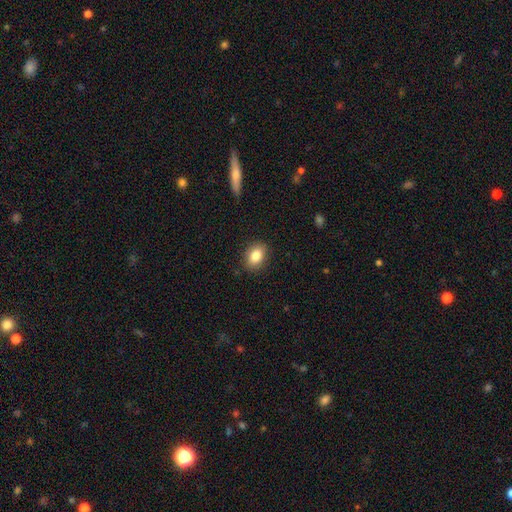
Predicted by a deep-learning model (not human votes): smooth_or_featured: smooth (p=0.84) [alt: star or artifact p=0.09]
how_rounded: in between (p=0.71) [alt: round p=0.28]
merging: none (p=0.88) [alt: minor disturbance p=0.09]